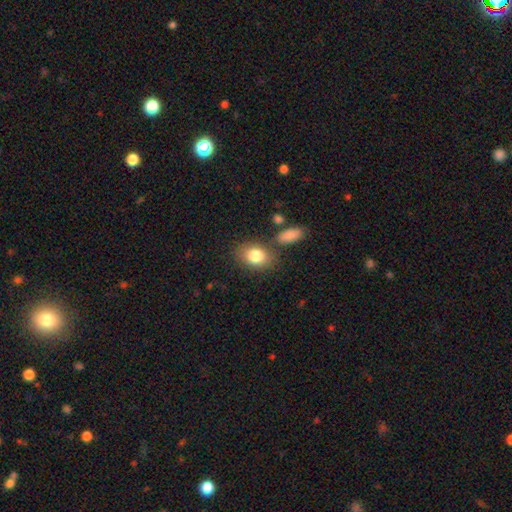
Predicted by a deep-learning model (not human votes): This is clearly a smooth galaxy (82%). How rounded: likely in between (71%). Merging: likely none (72%).